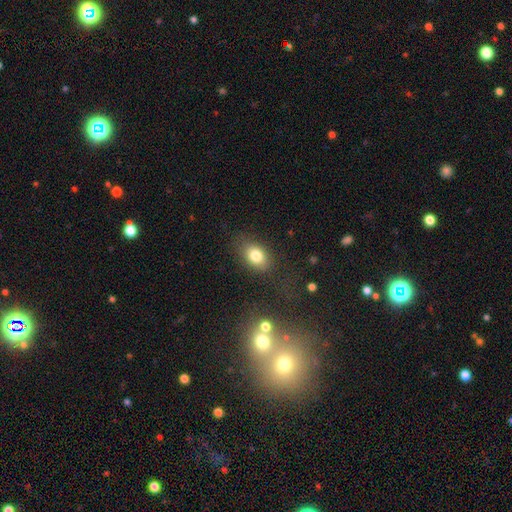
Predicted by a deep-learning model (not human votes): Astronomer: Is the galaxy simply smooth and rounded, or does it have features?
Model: smooth — 80%.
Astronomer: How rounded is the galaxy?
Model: in between — 80%.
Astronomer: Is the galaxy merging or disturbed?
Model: none — 79%.